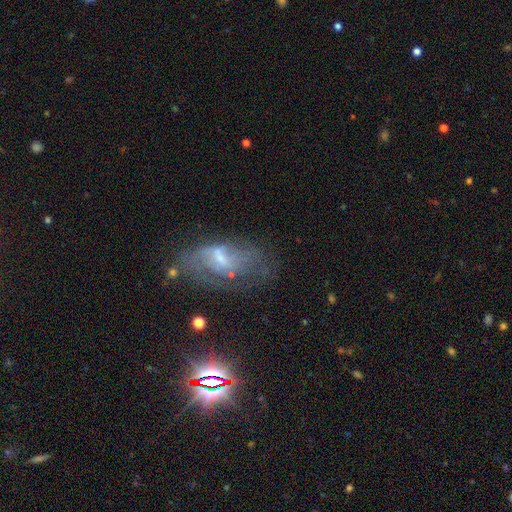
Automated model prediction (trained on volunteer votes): Overall: featured or disk (51%; star or artifact 26%). Edge-on disk: no (86%). Merging: none (65%).